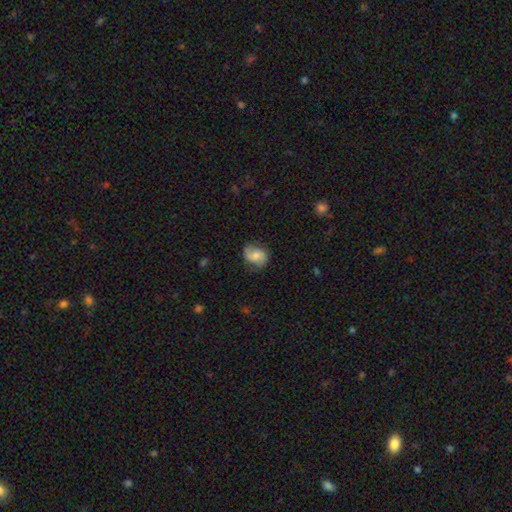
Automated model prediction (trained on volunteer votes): Smooth or featured? smooth (55%)
How rounded? in between (59%)
Merging? none (68%)